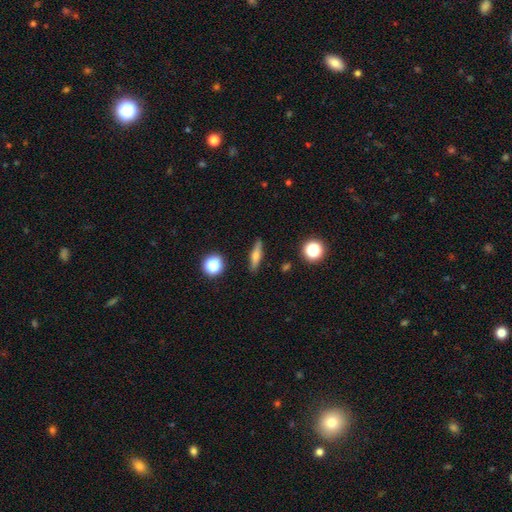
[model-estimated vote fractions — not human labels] Overall: smooth (53%; featured or disk 37%). How rounded: cigar-shaped (71%). Merging: none (88%).